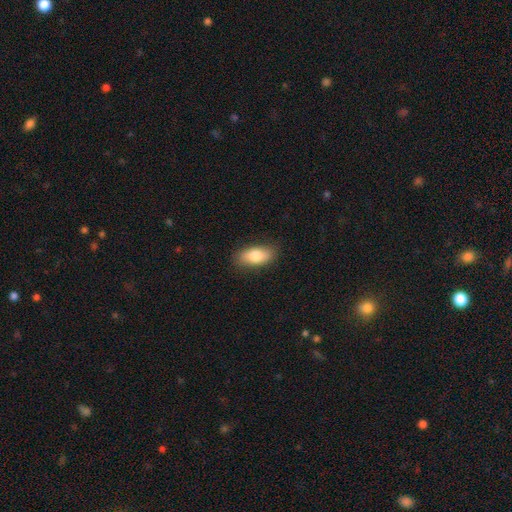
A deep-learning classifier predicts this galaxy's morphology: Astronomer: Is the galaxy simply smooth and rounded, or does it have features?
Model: smooth — 81%.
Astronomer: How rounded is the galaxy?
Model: in between — 89%.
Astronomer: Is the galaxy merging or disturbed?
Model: none — 85%.